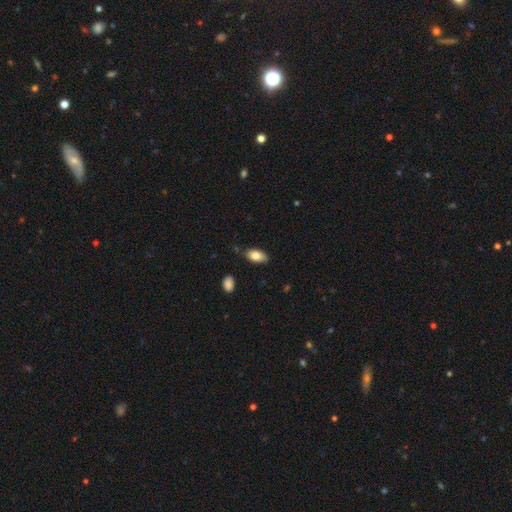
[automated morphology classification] Smooth or featured: smooth — 82% (featured or disk — 11%)
How rounded: in between — 93% (cigar-shaped — 4%)
Merging: none — 83% (minor disturbance — 13%)